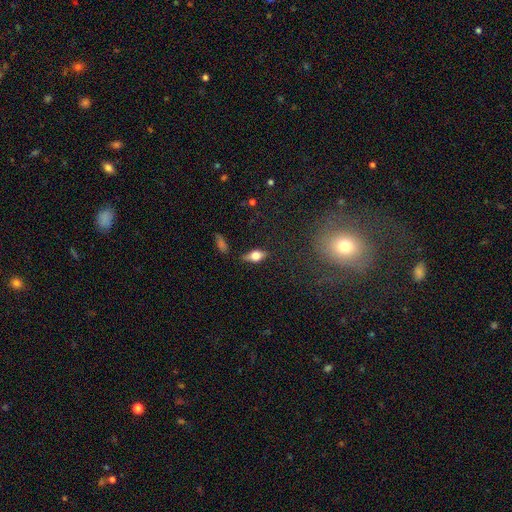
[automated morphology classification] Smooth or featured? smooth (55%)
How rounded? in between (73%)
Merging? none (78%)